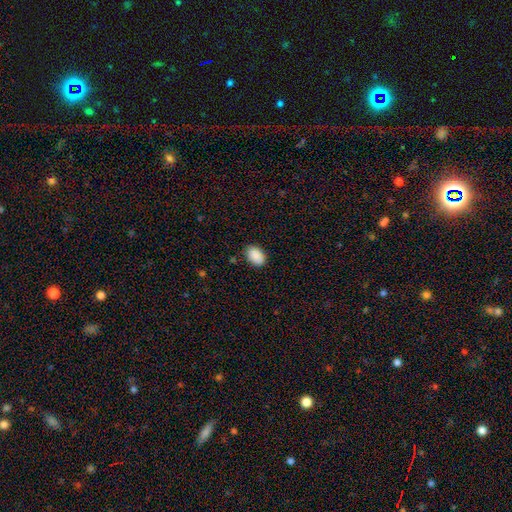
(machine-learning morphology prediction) smooth_or_featured: smooth (p=0.90) [alt: star or artifact p=0.07]
how_rounded: in between (p=0.85) [alt: round p=0.14]
merging: none (p=0.86) [alt: minor disturbance p=0.11]